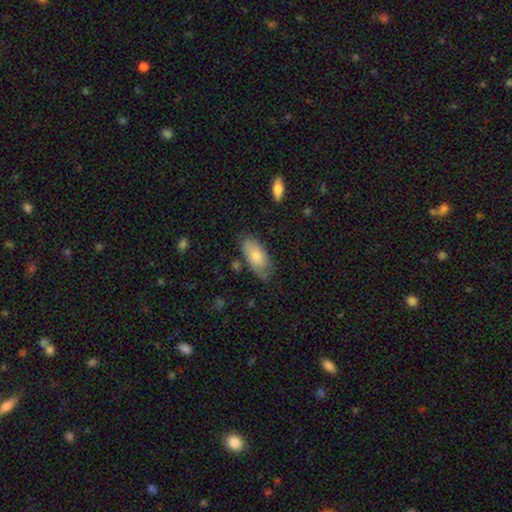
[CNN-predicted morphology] smooth_or_featured: smooth (p=0.73) [alt: featured or disk p=0.21]
how_rounded: in between (p=0.91) [alt: cigar-shaped p=0.06]
merging: none (p=0.62) [alt: minor disturbance p=0.28]